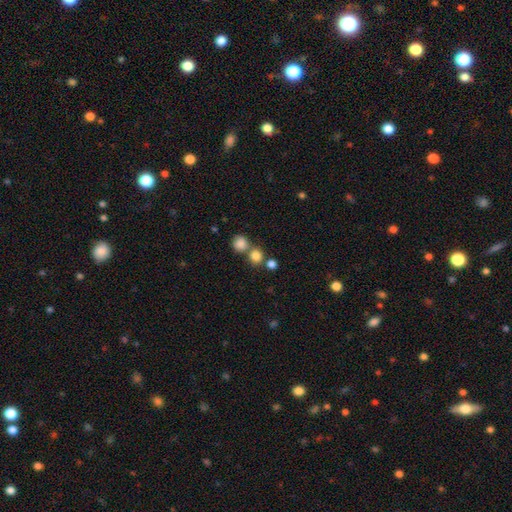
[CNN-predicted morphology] Smooth or featured? Predicted: smooth (p=0.81). How rounded? Predicted: round (p=0.88). Merging? Predicted: none (p=0.59).